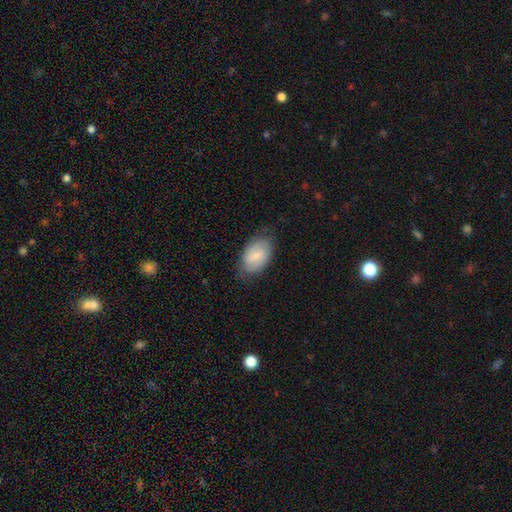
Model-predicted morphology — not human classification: Smooth or featured? Predicted: smooth (p=0.74). How rounded? Predicted: in between (p=0.92). Merging? Predicted: none (p=0.73).